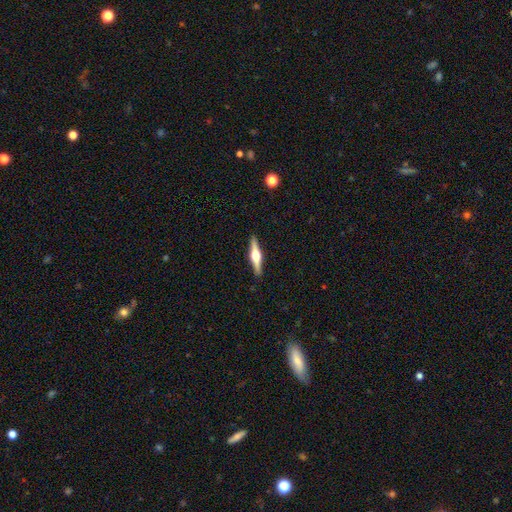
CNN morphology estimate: type=featured or disk (74%); edge-on=yes (98%); edge-on bulge=rounded (95%); merging=none (92%).